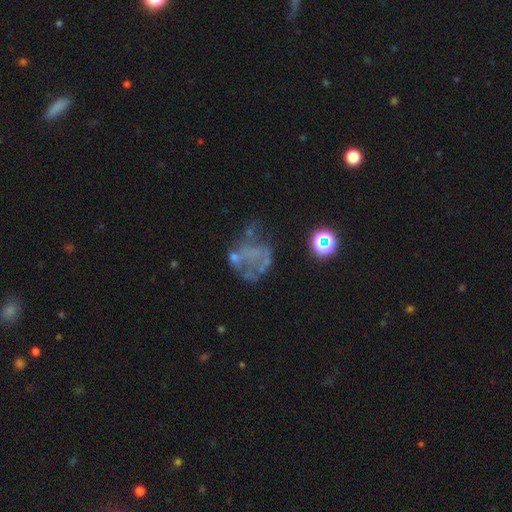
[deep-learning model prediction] This is possibly a featured or disk galaxy (50%). It is clearly not viewed edge-on (98%). Merging: marginally none (38%).